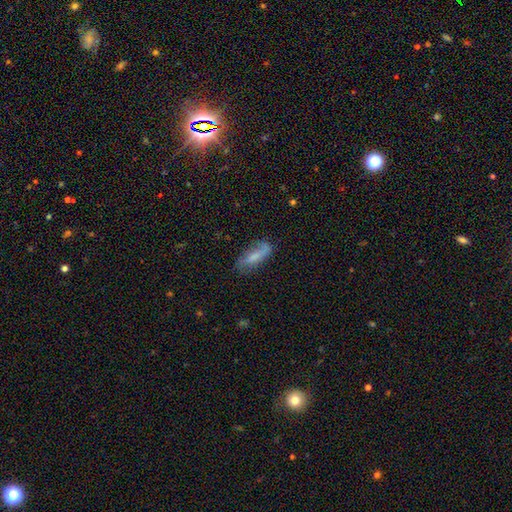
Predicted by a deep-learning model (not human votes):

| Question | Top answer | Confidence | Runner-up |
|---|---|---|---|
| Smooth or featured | smooth | 55% | featured or disk (37%) |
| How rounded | in between | 57% | cigar-shaped (41%) |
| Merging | none | 61% | minor disturbance (26%) |